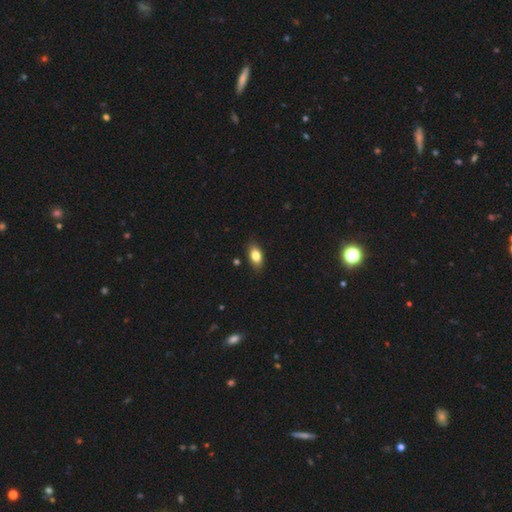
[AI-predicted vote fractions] Smooth or featured? smooth (81%)
How rounded? in between (88%)
Merging? none (85%)